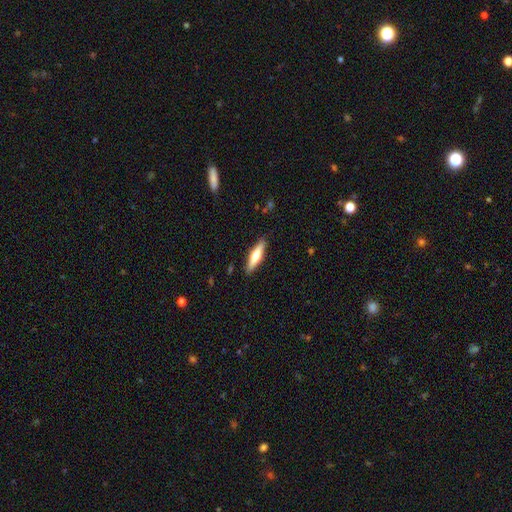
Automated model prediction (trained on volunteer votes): Smooth or featured? featured or disk (49%)
Merging? none (89%)